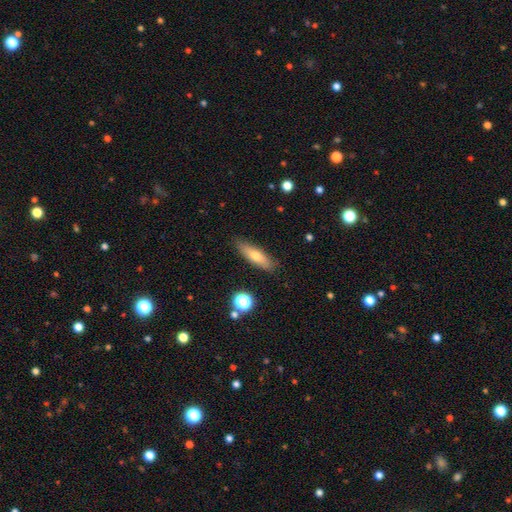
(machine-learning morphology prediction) Smooth or featured? smooth (64%)
How rounded? cigar-shaped (58%)
Merging? none (86%)